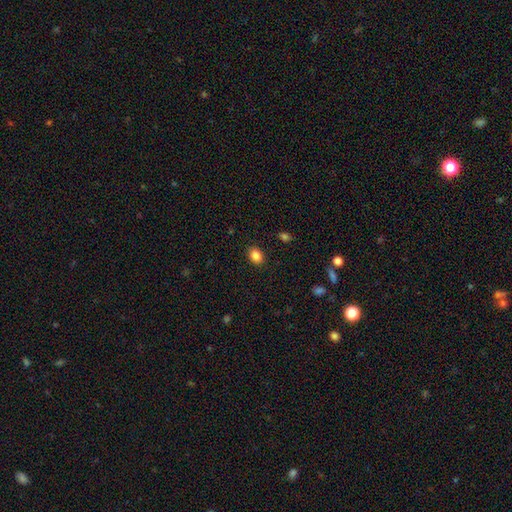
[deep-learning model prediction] A smooth galaxy with no disk features (86%) that is in between round and cigar-shaped (70%). Merging: none (88%).